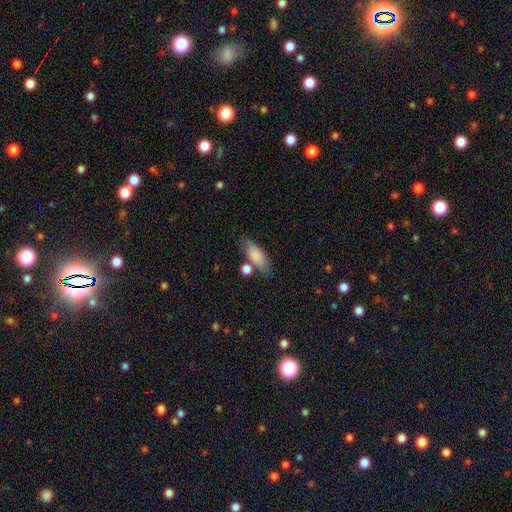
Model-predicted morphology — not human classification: A smooth galaxy with no disk features (82%) that is in between round and cigar-shaped (76%). Merging: none (60%).